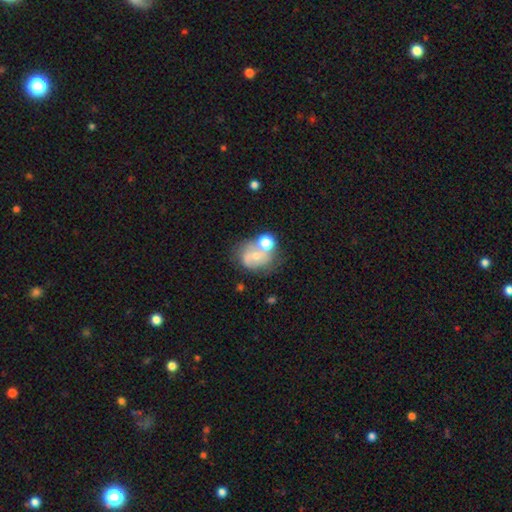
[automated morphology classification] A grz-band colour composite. It shows a featured or disk galaxy (44%). Merging: merger (35%).